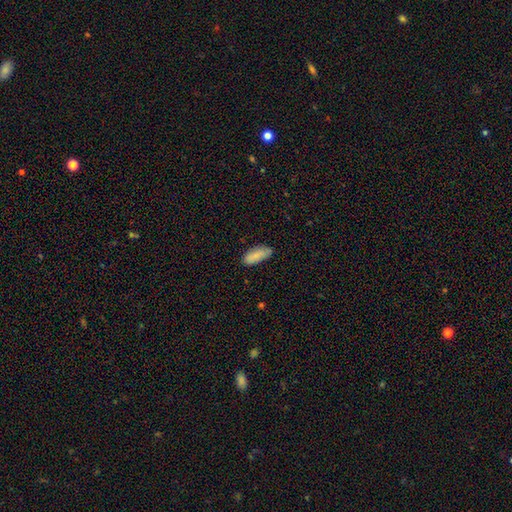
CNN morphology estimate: smooth 87%, star or artifact 7%, featured or disk 6%. Down the decision tree: how rounded — in between (81%); merging — none (75%).